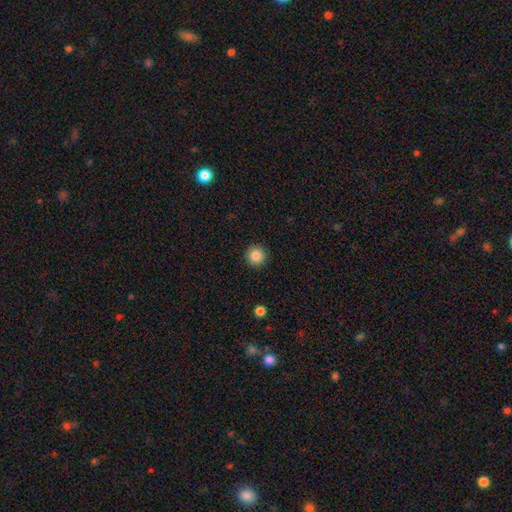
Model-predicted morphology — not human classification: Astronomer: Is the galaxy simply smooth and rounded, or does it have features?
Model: smooth — 86%.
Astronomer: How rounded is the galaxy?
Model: round — 95%.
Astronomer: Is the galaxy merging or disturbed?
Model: none — 92%.